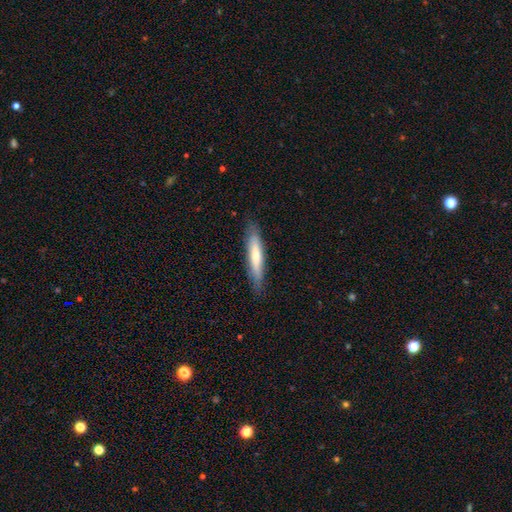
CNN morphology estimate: Smooth or featured?
  - smooth: 65% *
  - featured or disk: 30%
  - star or artifact: 6%
How rounded?
  - cigar-shaped: 86% *
  - in between: 12%
  - round: 1%
Merging?
  - none: 84% *
  - minor disturbance: 13%
  - major disturbance: 3%
  - merger: 1%